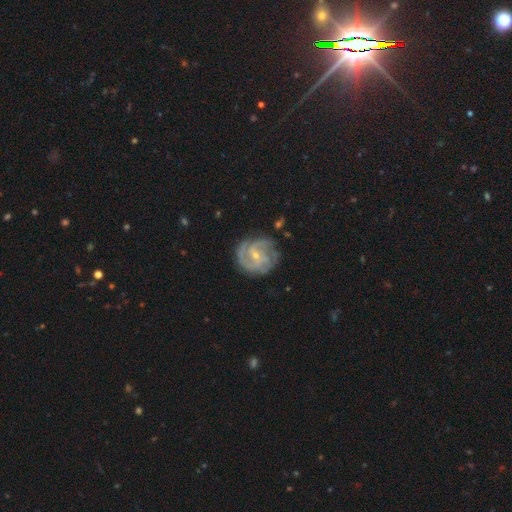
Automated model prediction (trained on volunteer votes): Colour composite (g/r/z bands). It shows a featured or disk galaxy (87%) with a weak bar (44%), 3 (35%) tight (53%) spiral arms (96%) and a small central bulge (74%). Merging: none (73%).